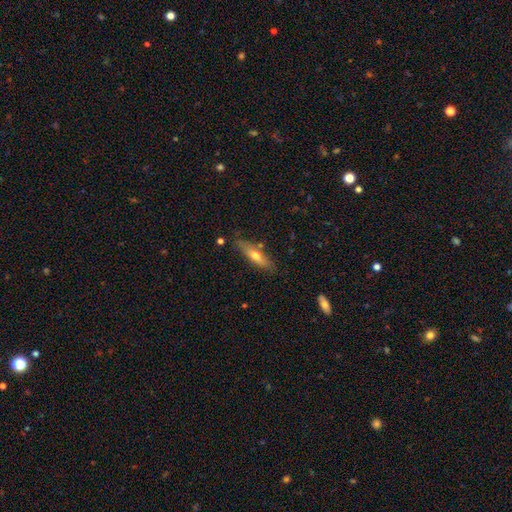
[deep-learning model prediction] Smooth or featured?
  - smooth: 56% *
  - featured or disk: 37%
  - star or artifact: 7%
How rounded?
  - cigar-shaped: 66% *
  - in between: 32%
  - round: 2%
Merging?
  - none: 78% *
  - minor disturbance: 15%
  - merger: 4%
  - major disturbance: 3%